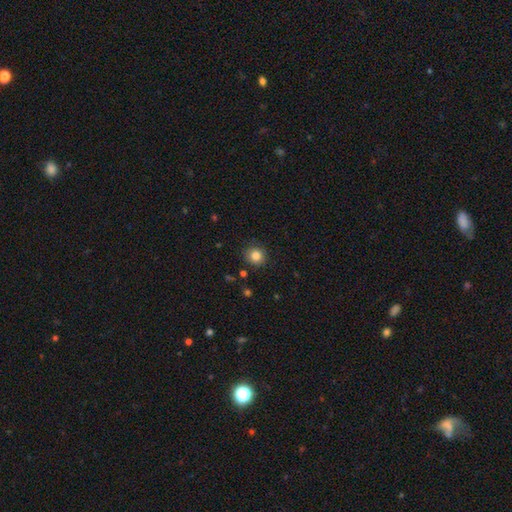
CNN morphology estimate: smooth_or_featured: smooth (p=0.84) [alt: star or artifact p=0.11]
how_rounded: round (p=0.88) [alt: in between p=0.11]
merging: none (p=0.85) [alt: minor disturbance p=0.10]